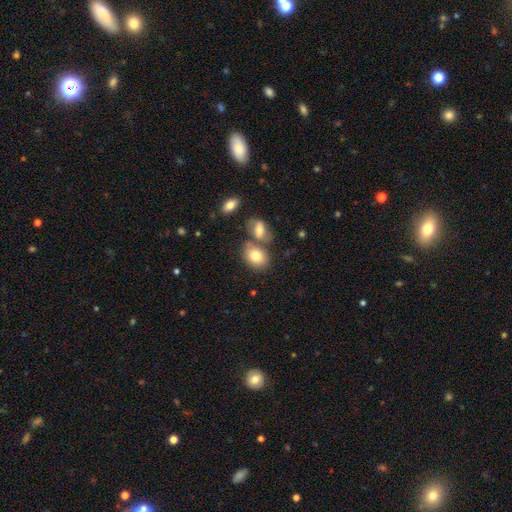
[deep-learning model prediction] Smooth or featured: smooth — 79% (featured or disk — 13%)
How rounded: in between — 71% (round — 27%)
Merging: none — 51% (merger — 34%)